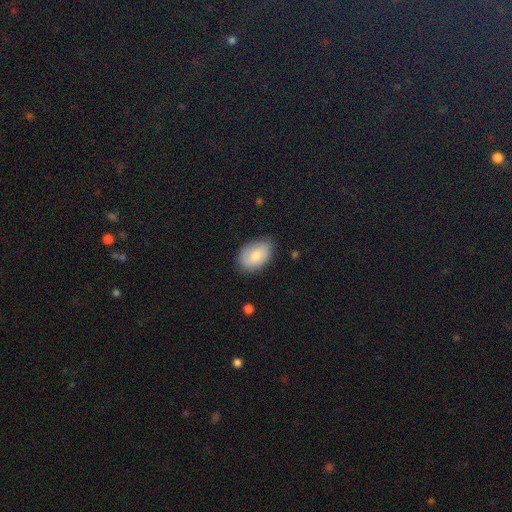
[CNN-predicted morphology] This is likely a smooth galaxy (80%). How rounded: clearly in between (89%). Merging: likely none (75%).